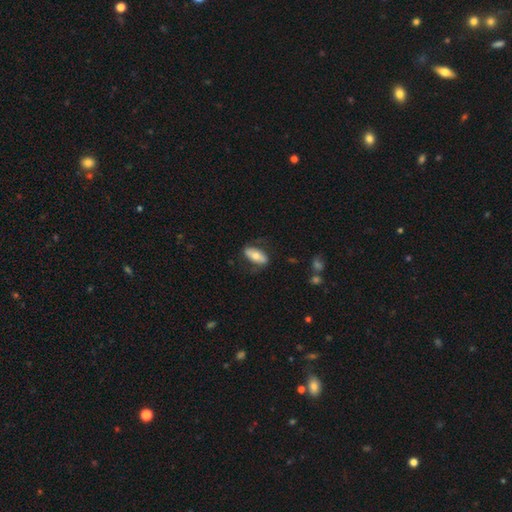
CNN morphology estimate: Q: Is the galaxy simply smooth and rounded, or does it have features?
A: smooth — 62%.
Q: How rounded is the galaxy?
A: in between — 82%.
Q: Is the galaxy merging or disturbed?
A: none — 73%.